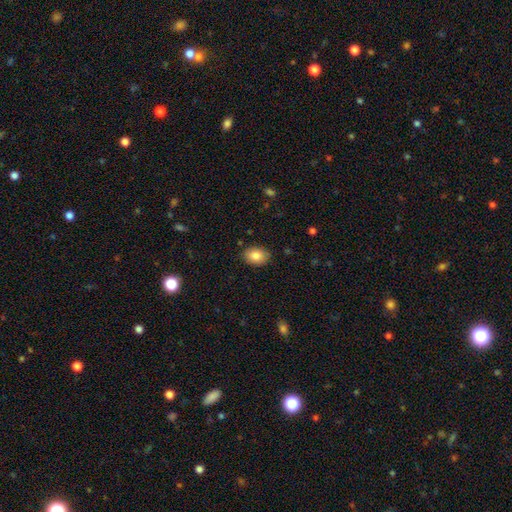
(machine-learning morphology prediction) smooth 85%, star or artifact 7%, featured or disk 7%. Down the decision tree: how rounded — in between (75%); merging — none (87%).